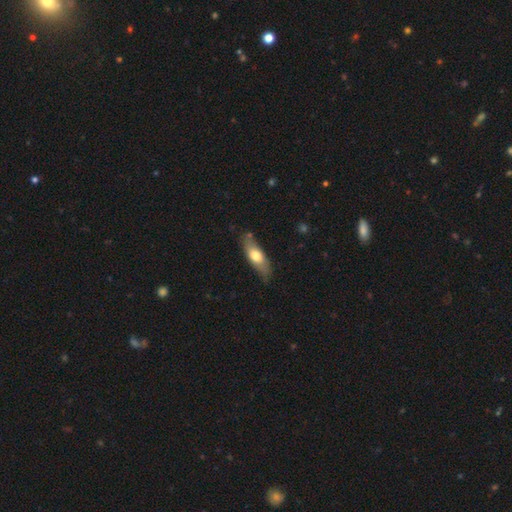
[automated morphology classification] Q: Smooth or featured?
A: smooth (62%); runner-up: featured or disk (32%)
Q: How rounded?
A: in between (63%); runner-up: cigar-shaped (34%)
Q: Merging?
A: none (72%); runner-up: minor disturbance (21%)